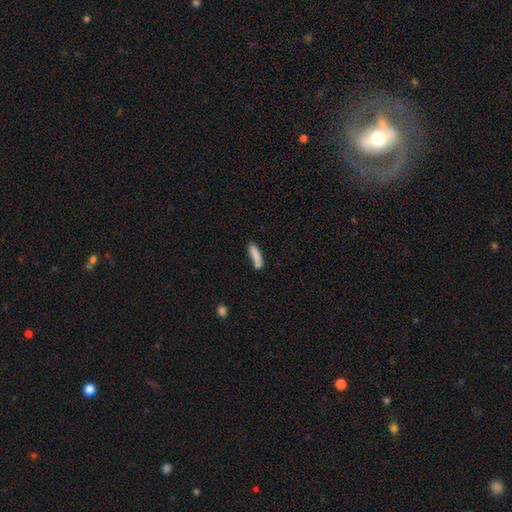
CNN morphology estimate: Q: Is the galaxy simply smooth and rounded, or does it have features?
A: smooth — 83%.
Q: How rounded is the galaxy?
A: cigar-shaped — 71%.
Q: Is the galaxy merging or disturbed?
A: none — 63%.